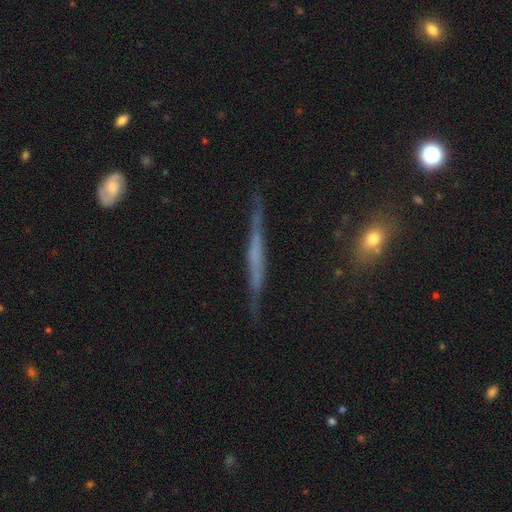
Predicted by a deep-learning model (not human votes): This appears to be a featured or disk galaxy (64%) viewed edge-on (94%) with no central bulge (72%). Merging: none (80%).